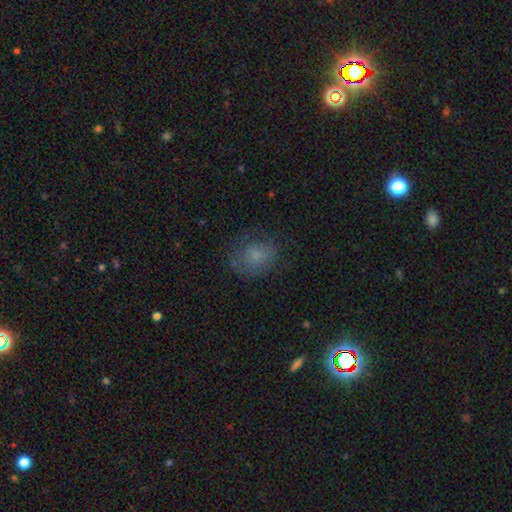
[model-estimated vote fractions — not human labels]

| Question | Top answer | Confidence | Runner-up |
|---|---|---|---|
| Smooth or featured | smooth | 64% | featured or disk (22%) |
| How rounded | round | 50% | in between (49%) |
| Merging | none | 64% | minor disturbance (22%) |